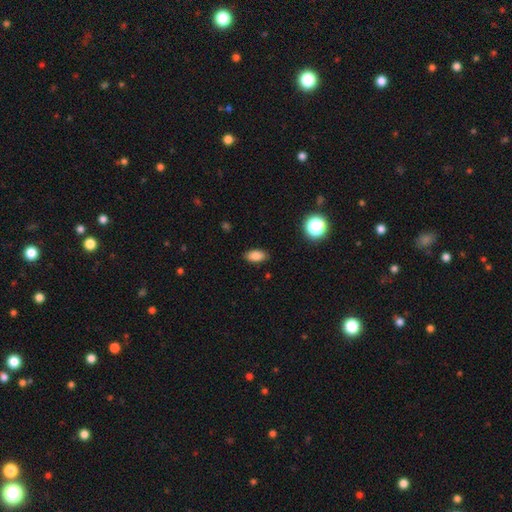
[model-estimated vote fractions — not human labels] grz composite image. It shows a smooth galaxy with no disk features (84%) that is in between round and cigar-shaped (91%). Merging: none (87%).